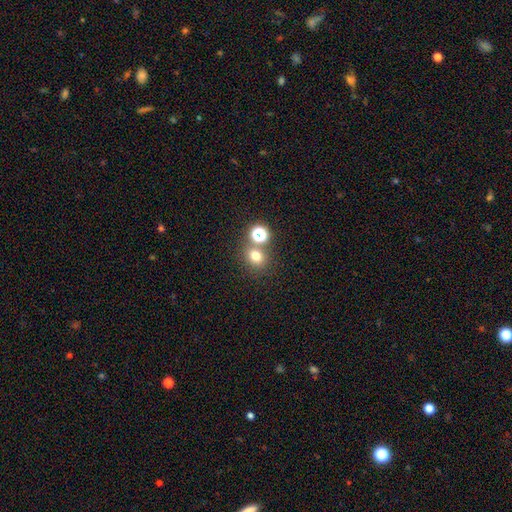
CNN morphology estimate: Overall: smooth (71%). How rounded: round (75%). Merging: none (68%).